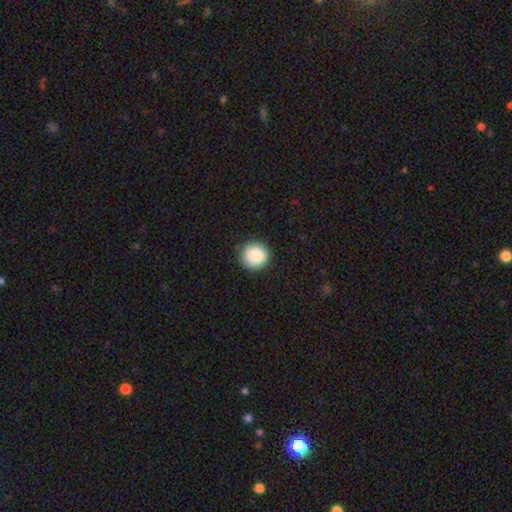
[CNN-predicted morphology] A smooth galaxy with no disk features (88%) that is round (93%). Merging: none (88%).